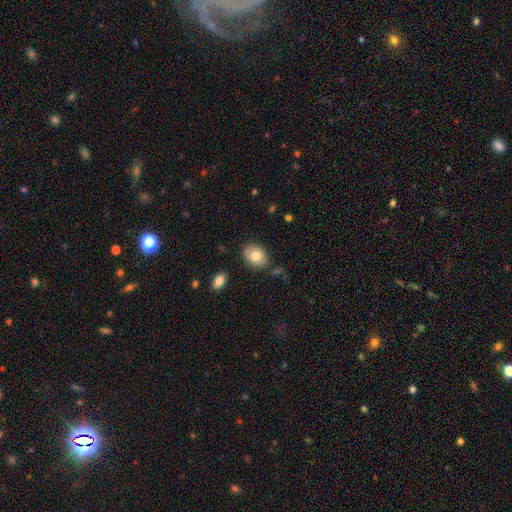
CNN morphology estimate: A smooth galaxy with no disk features (81%) that is in between round and cigar-shaped (74%).

Vote fractions:
- Smooth or featured? smooth: 81% / featured or disk: 12% / star or artifact: 8%
- How rounded? in between: 74% / round: 25% / cigar-shaped: 1%
- Merging? none: 82% / minor disturbance: 13% / major disturbance: 3% / merger: 3%